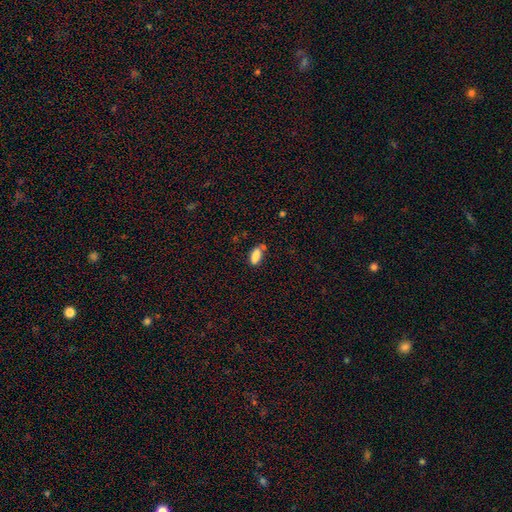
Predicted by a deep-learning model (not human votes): smooth_or_featured: smooth (p=0.86) [alt: star or artifact p=0.09]
how_rounded: in between (p=0.84) [alt: cigar-shaped p=0.13]
merging: none (p=0.66) [alt: minor disturbance p=0.20]